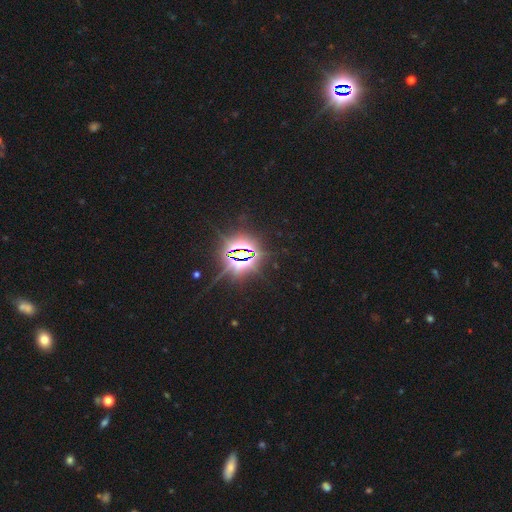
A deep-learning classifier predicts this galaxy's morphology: A star or artifact, not a galaxy (87%).